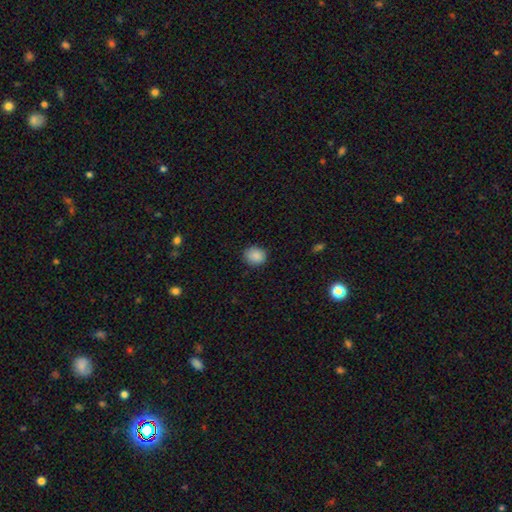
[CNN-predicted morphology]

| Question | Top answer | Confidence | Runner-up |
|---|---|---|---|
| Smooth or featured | smooth | 88% | star or artifact (9%) |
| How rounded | round | 72% | in between (27%) |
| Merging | none | 86% | minor disturbance (10%) |